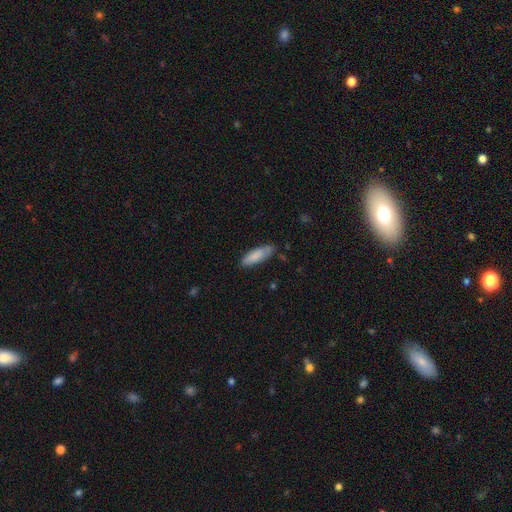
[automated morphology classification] smooth 84%, featured or disk 10%, star or artifact 6%. Down the decision tree: how rounded — in between (52%); merging — none (76%).